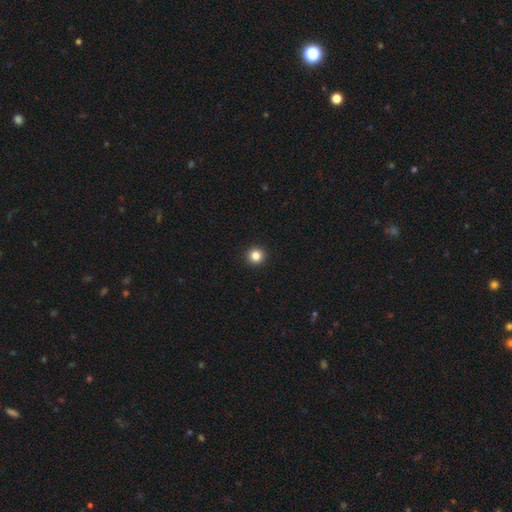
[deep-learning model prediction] smooth-or-featured: smooth: 84% | star or artifact: 12% | featured or disk: 4%
  how-rounded: round: 96% | in between: 3% | cigar-shaped: 1%
  merging: none: 94% | minor disturbance: 4% | major disturbance: 1% | merger: 1%